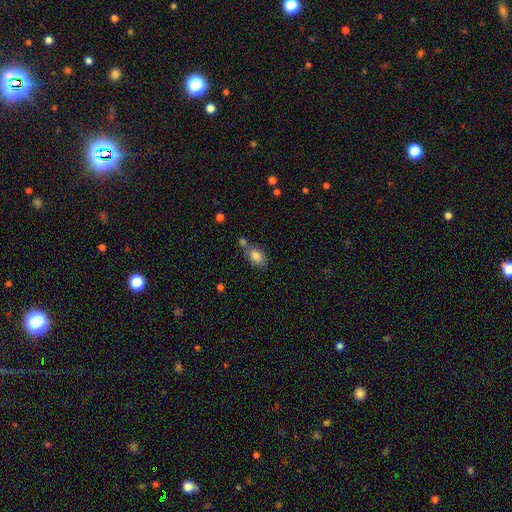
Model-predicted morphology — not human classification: A smooth galaxy with no disk features (83%) that is in between round and cigar-shaped (82%).

Vote fractions:
- Smooth or featured? smooth: 83% / star or artifact: 9% / featured or disk: 8%
- How rounded? in between: 82% / round: 16% / cigar-shaped: 2%
- Merging? none: 55% / merger: 25% / minor disturbance: 16% / major disturbance: 5%